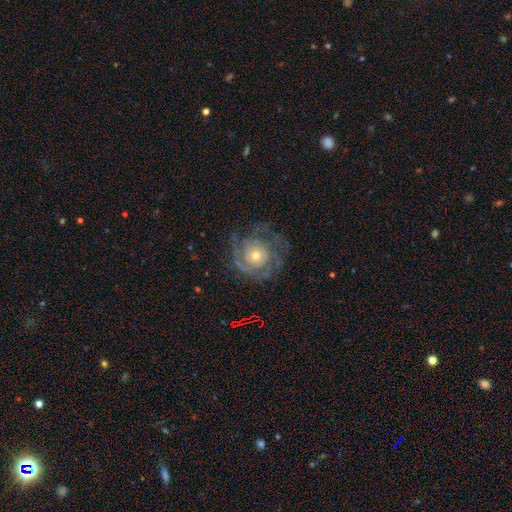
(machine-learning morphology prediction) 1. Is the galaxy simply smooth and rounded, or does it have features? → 76% featured or disk, 16% smooth, 8% star or artifact.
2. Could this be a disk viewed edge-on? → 97% no, 3% yes.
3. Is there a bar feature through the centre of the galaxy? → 82% no, 14% weak, 3% strong.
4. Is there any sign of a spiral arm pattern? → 84% yes, 16% no.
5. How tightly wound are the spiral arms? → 62% tight, 28% medium, 10% loose.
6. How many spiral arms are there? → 40% can't tell, 26% 2, 15% 3, 7% 1, 6% 4, 5% more than 4.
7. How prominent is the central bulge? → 47% small, 46% moderate, 4% large, 1% none, 1% dominant.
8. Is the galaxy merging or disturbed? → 68% none, 17% minor disturbance, 14% major disturbance, 1% merger.